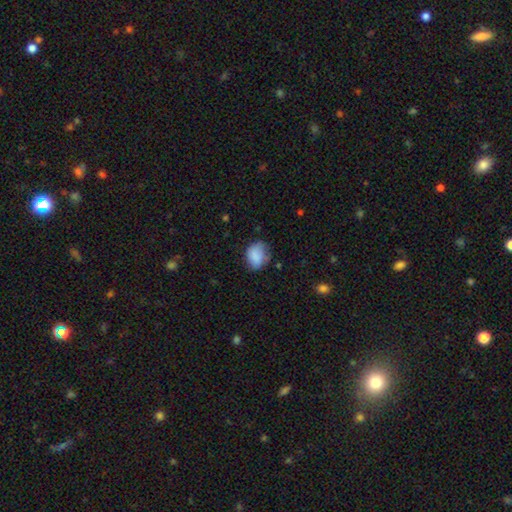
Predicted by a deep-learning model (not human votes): smooth-or-featured: smooth: 84% | featured or disk: 8% | star or artifact: 8%
  how-rounded: in between: 57% | round: 42% | cigar-shaped: 1%
  merging: none: 59% | minor disturbance: 30% | major disturbance: 9% | merger: 2%